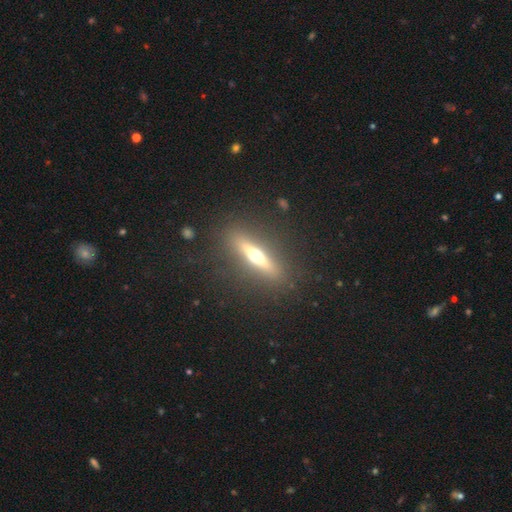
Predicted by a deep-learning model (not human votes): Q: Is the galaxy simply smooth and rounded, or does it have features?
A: featured or disk — 60%.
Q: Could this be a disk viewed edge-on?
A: yes — 91%.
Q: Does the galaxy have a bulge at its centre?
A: rounded — 93%.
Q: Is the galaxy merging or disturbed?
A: none — 87%.